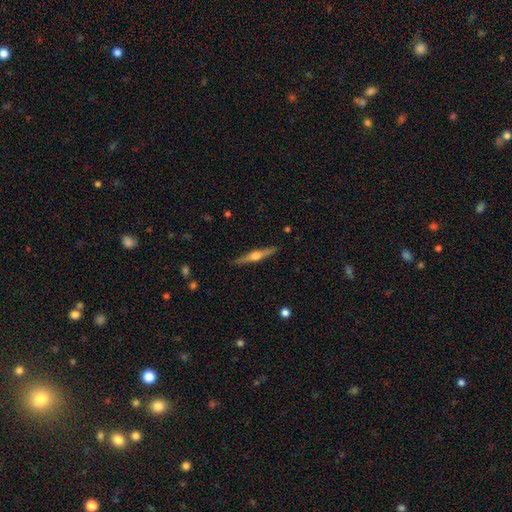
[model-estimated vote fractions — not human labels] A featured or disk galaxy (74%) viewed edge-on (98%) with a rounded central bulge (93%).

Vote fractions:
- Smooth or featured? featured or disk: 74% / smooth: 20% / star or artifact: 6%
- Edge-on disk? yes: 98% / no: 2%
- Edge-on bulge? rounded: 93% / boxy: 4% / none: 2%
- Merging? none: 90% / minor disturbance: 7% / major disturbance: 2% / merger: 1%